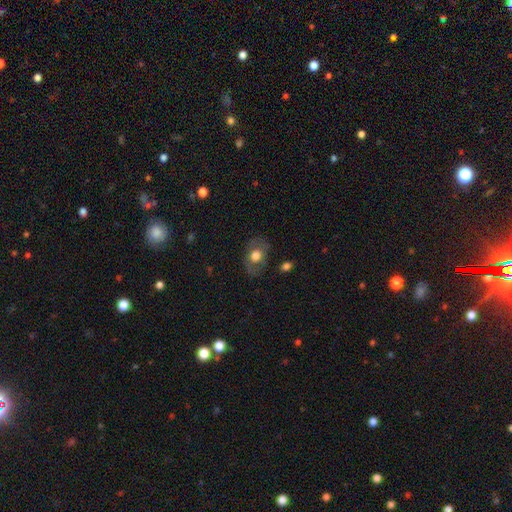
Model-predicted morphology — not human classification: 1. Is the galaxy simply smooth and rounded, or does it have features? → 55% smooth, 38% featured or disk, 8% star or artifact.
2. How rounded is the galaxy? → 72% in between, 27% round, 1% cigar-shaped.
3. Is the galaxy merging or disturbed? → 75% none, 17% minor disturbance, 7% major disturbance, 2% merger.